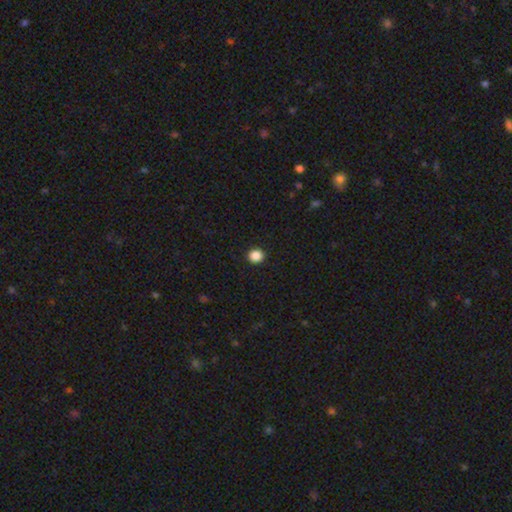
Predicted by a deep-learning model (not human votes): smooth-or-featured: smooth: 87% | star or artifact: 10% | featured or disk: 2%
  how-rounded: round: 89% | in between: 10% | cigar-shaped: 1%
  merging: none: 93% | minor disturbance: 4% | major disturbance: 2% | merger: 1%